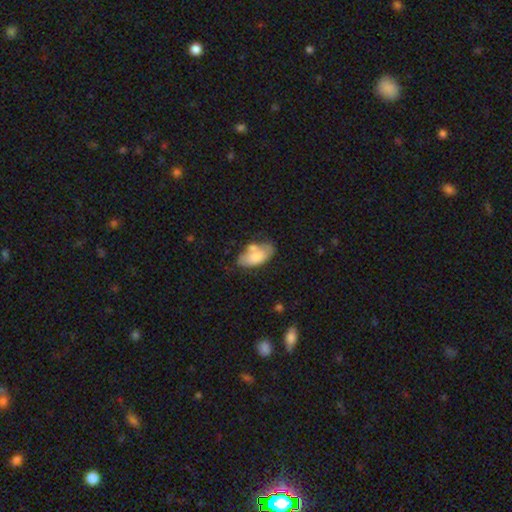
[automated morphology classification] Overall: smooth (72%). How rounded: in between (93%). Merging: none (49%; minor disturbance 24%).